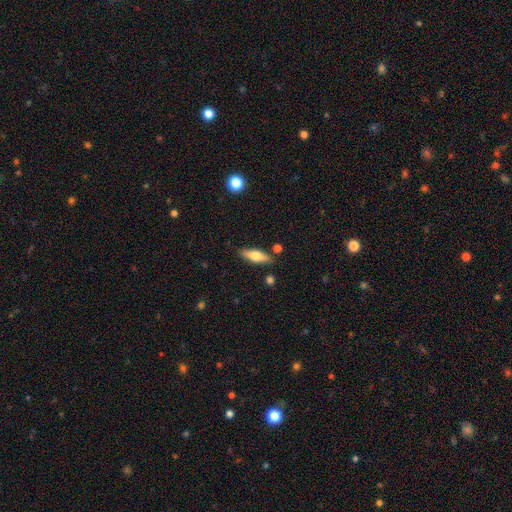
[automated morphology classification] Smooth or featured? Predicted: smooth (p=0.57). How rounded? Predicted: in between (p=0.51). Merging? Predicted: none (p=0.83).